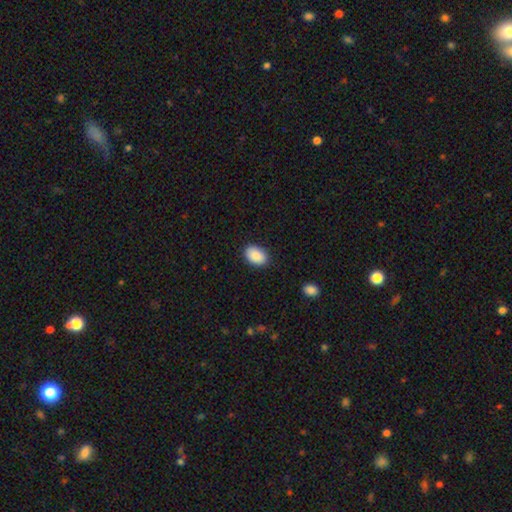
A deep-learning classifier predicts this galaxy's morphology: The model was most divided on "how rounded": in between: 87%, round: 12%, cigar-shaped: 1%. More confident: smooth or featured — smooth (90%); merging — none (87%).